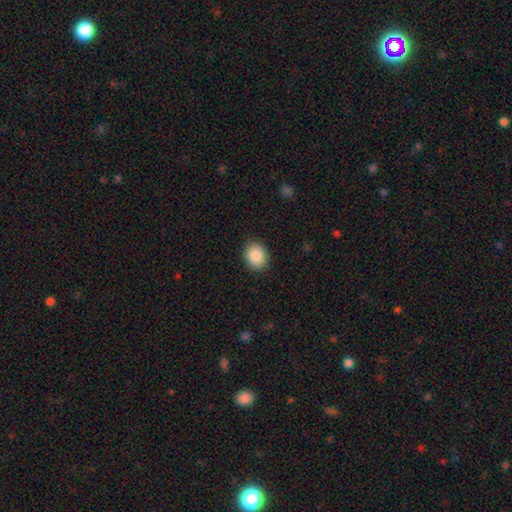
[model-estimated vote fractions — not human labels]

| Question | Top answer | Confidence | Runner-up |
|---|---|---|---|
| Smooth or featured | smooth | 88% | star or artifact (7%) |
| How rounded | in between | 57% | round (42%) |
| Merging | none | 89% | minor disturbance (8%) |